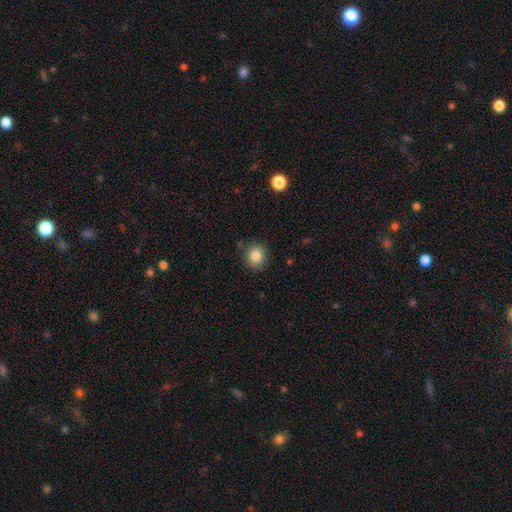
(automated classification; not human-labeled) This appears to be a smooth galaxy with no disk features (85%) that is round (79%). Merging: none (85%).